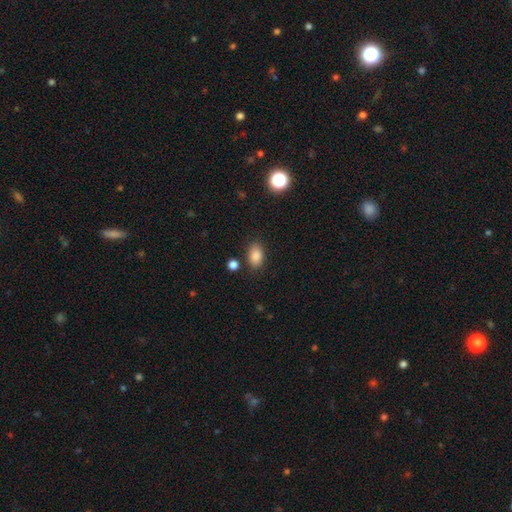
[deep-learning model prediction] smooth-or-featured: smooth: 86% | star or artifact: 10% | featured or disk: 4%
  how-rounded: in between: 85% | round: 13% | cigar-shaped: 1%
  merging: none: 82% | minor disturbance: 11% | merger: 4% | major disturbance: 3%